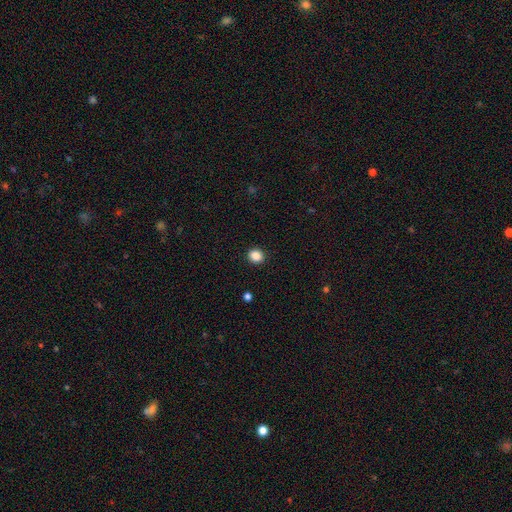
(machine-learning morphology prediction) Smooth or featured?
  - smooth: 87% *
  - star or artifact: 10%
  - featured or disk: 3%
How rounded?
  - round: 79% *
  - in between: 20%
  - cigar-shaped: 1%
Merging?
  - none: 92% *
  - minor disturbance: 5%
  - major disturbance: 2%
  - merger: 1%